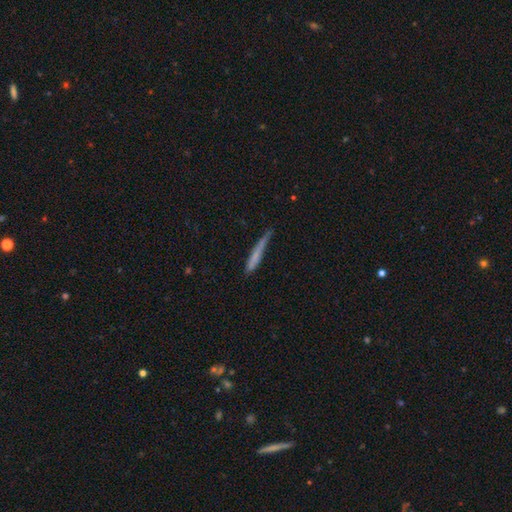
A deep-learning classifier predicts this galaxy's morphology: A smooth galaxy with no disk features (64%) that is cigar-shaped (95%).

Vote fractions:
- Smooth or featured? smooth: 64% / featured or disk: 28% / star or artifact: 8%
- How rounded? cigar-shaped: 95% / in between: 3% / round: 1%
- Merging? none: 64% / minor disturbance: 27% / major disturbance: 7% / merger: 2%